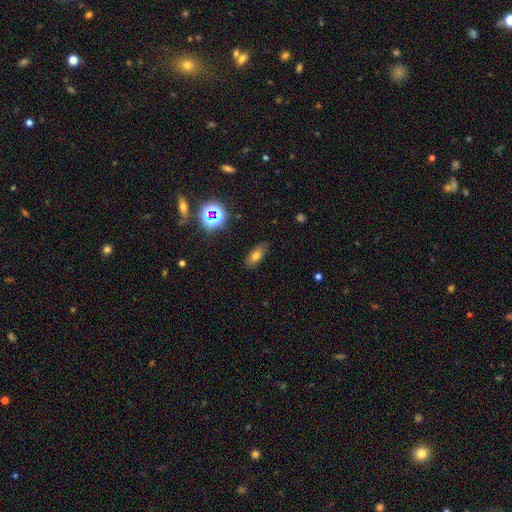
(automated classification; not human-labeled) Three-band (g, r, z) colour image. It shows a smooth galaxy with no disk features (69%) that is in between round and cigar-shaped (81%). Merging: none (84%).